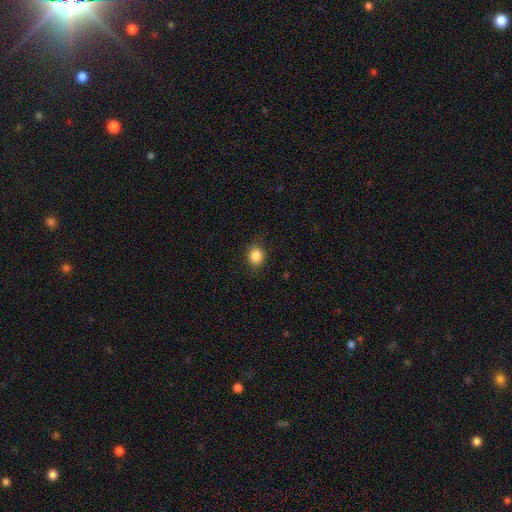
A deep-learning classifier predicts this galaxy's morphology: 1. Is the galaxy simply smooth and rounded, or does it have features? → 85% smooth, 10% star or artifact, 5% featured or disk.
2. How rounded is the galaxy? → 71% round, 28% in between, 1% cigar-shaped.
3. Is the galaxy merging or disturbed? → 87% none, 10% minor disturbance, 3% major disturbance, 1% merger.